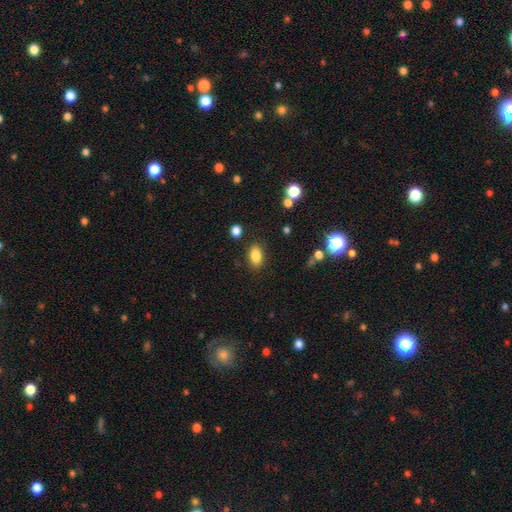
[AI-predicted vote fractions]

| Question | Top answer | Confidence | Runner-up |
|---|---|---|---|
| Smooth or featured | smooth | 85% | star or artifact (10%) |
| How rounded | in between | 87% | round (11%) |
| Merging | none | 85% | minor disturbance (10%) |